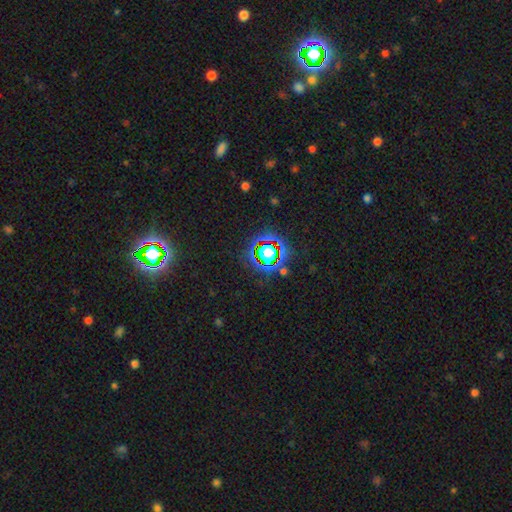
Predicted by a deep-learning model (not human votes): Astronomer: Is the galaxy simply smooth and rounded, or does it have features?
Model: star or artifact — 78%.